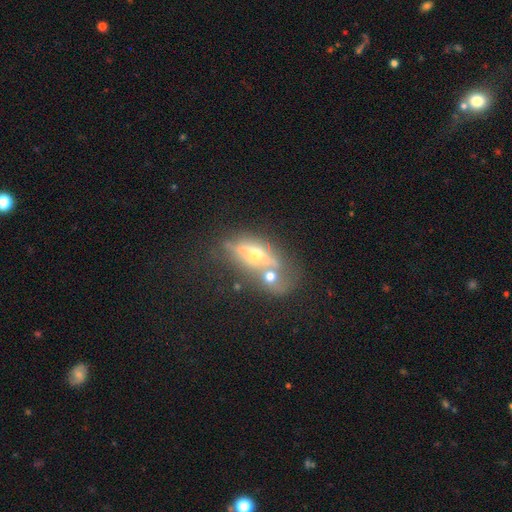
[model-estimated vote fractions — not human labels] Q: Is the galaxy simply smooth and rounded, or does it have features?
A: featured or disk — 58%.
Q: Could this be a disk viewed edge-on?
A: no — 53%.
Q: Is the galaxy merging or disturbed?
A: merger — 48%.